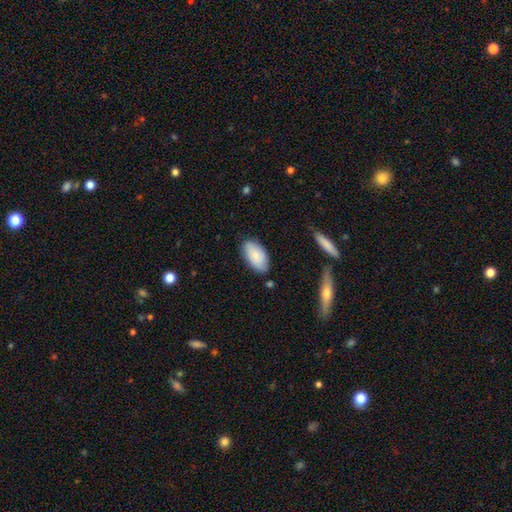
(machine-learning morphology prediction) Overall: smooth (80%). How rounded: in between (95%). Merging: none (80%).